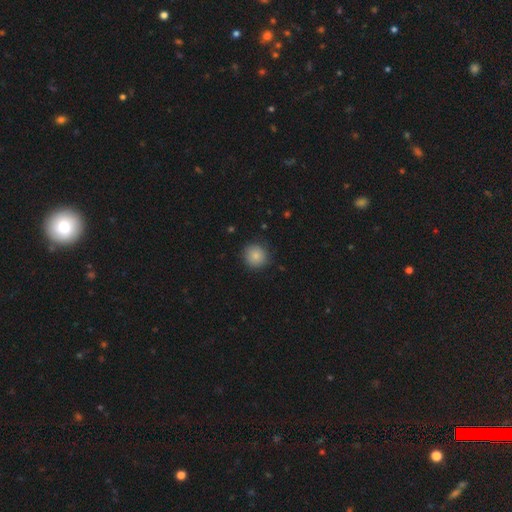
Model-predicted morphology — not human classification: Overall: smooth (85%). How rounded: round (92%). Merging: none (86%).